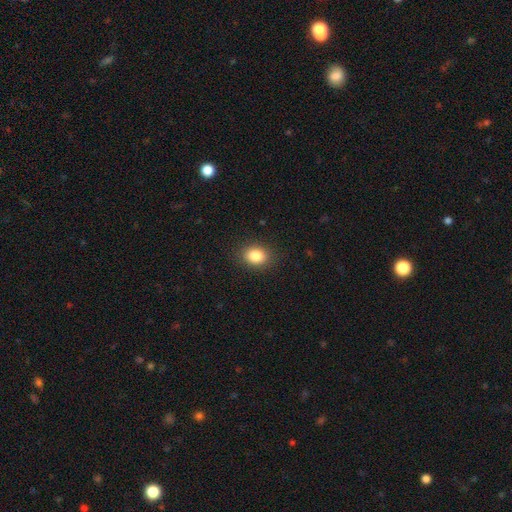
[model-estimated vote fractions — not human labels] Smooth or featured? Predicted: smooth (p=0.84). How rounded? Predicted: in between (p=0.51). Merging? Predicted: none (p=0.88).